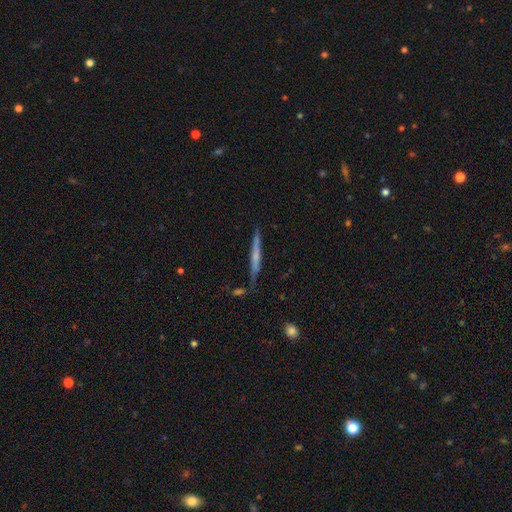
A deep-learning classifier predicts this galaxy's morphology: smooth-or-featured: featured or disk: 52% | smooth: 41% | star or artifact: 7%
  disk-edge-on: yes: 96% | no: 4%
  merging: none: 80% | minor disturbance: 13% | merger: 4% | major disturbance: 3%